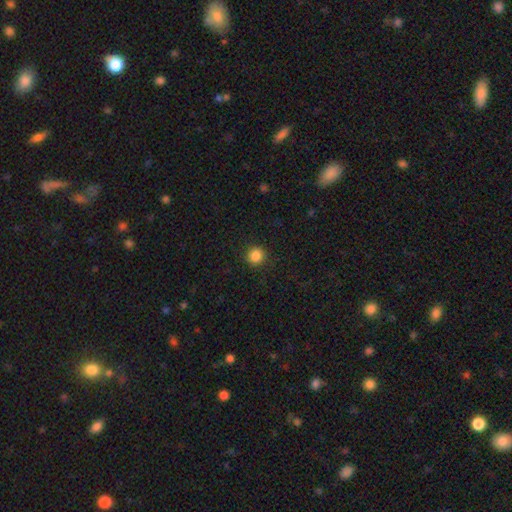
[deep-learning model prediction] Q: Smooth or featured?
A: smooth (86%); runner-up: star or artifact (11%)
Q: How rounded?
A: round (94%); runner-up: in between (6%)
Q: Merging?
A: none (92%); runner-up: minor disturbance (5%)